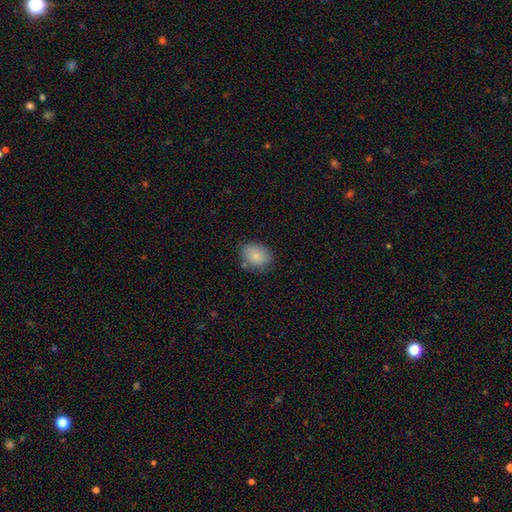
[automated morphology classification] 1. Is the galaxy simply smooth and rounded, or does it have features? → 84% smooth, 8% featured or disk, 8% star or artifact.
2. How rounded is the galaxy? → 68% in between, 31% round, 1% cigar-shaped.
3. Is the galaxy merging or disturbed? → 75% none, 17% minor disturbance, 4% merger, 4% major disturbance.